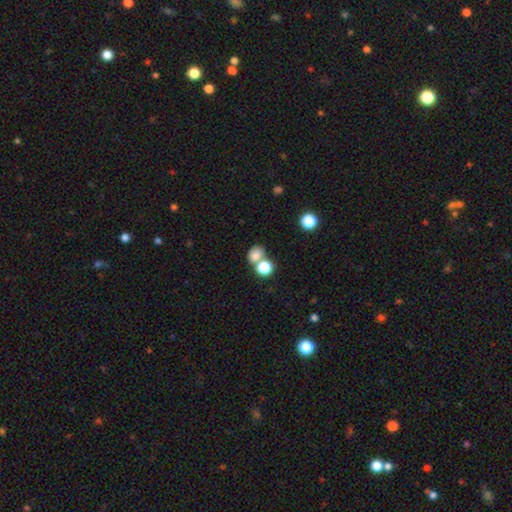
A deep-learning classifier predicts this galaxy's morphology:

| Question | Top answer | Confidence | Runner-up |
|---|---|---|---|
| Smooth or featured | smooth | 78% | star or artifact (14%) |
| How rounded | round | 56% | in between (43%) |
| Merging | none | 45% | merger (41%) |